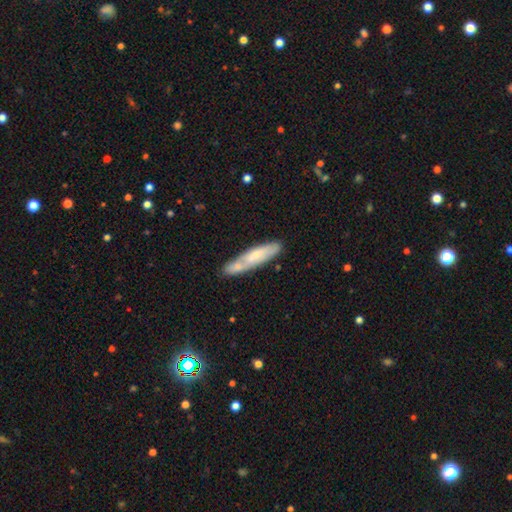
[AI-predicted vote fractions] A smooth galaxy with no disk features (59%) that is cigar-shaped (79%).

Vote fractions:
- Smooth or featured? smooth: 59% / featured or disk: 35% / star or artifact: 6%
- How rounded? cigar-shaped: 79% / in between: 20% / round: 1%
- Merging? none: 59% / merger: 18% / minor disturbance: 18% / major disturbance: 4%